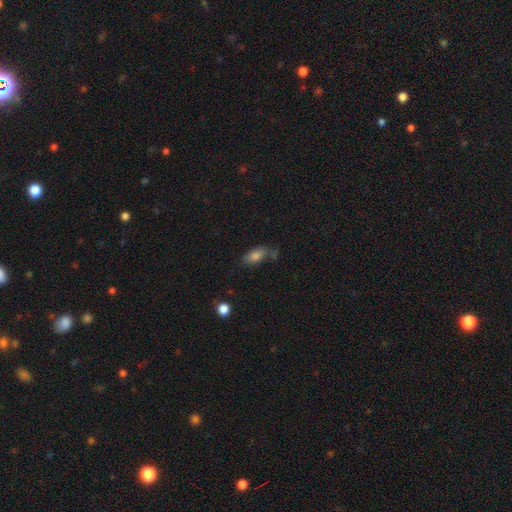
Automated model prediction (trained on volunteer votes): Smooth or featured: smooth — 79% (featured or disk — 12%)
How rounded: in between — 85% (cigar-shaped — 11%)
Merging: none — 62% (minor disturbance — 21%)